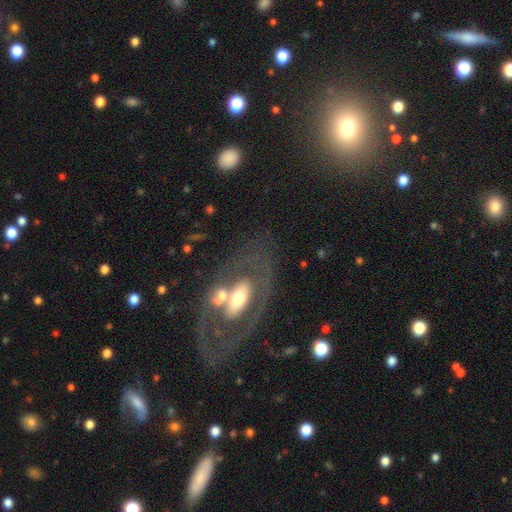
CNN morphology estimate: This appears to be a featured or disk galaxy (72%) with no bar (58%), no spiral arms (55%) and a moderate central bulge (59%). Merging: none (56%).